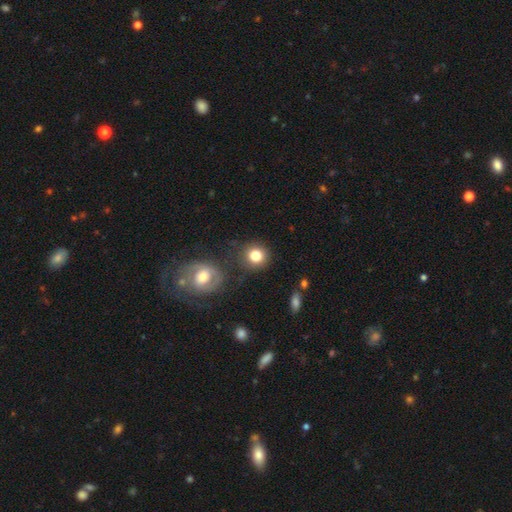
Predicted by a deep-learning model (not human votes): A smooth galaxy with no disk features (82%) that is round (88%). Merging: none (79%).